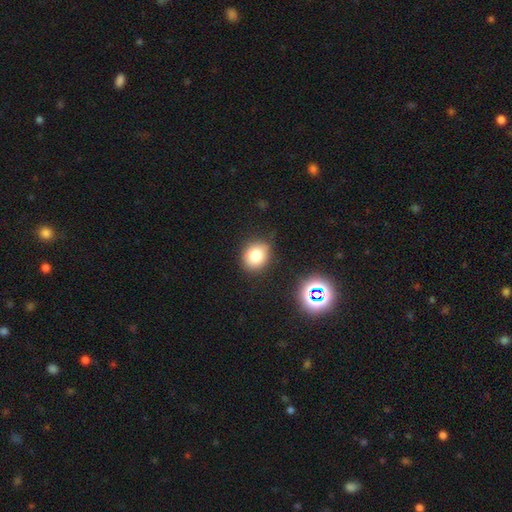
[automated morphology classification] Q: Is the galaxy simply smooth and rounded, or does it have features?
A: smooth — 78%.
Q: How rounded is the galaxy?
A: round — 64%.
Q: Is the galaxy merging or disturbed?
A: none — 79%.